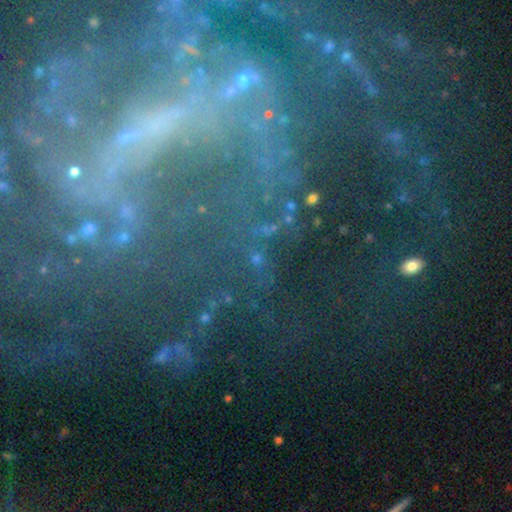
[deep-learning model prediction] smooth_or_featured: star or artifact (p=0.65) [alt: smooth p=0.19]